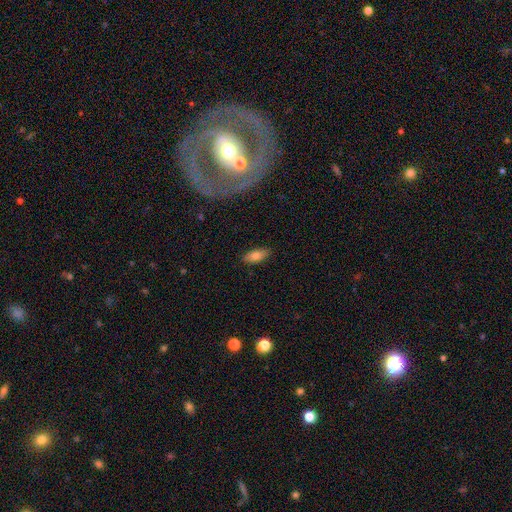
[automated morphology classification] Smooth or featured? smooth (80%)
How rounded? in between (84%)
Merging? none (87%)